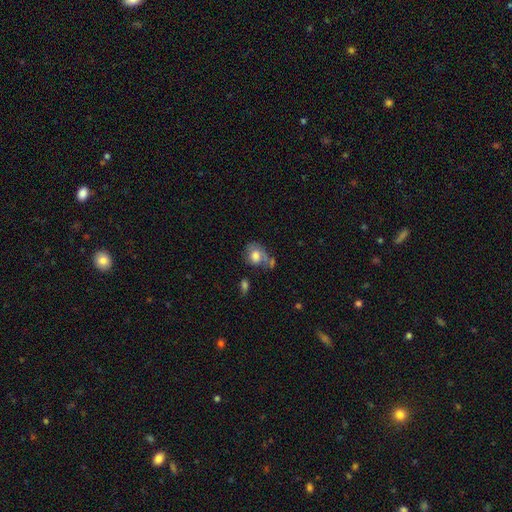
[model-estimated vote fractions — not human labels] This appears to be a smooth galaxy with no disk features (65%) that is in between round and cigar-shaped (54%). Merging: none (37%).